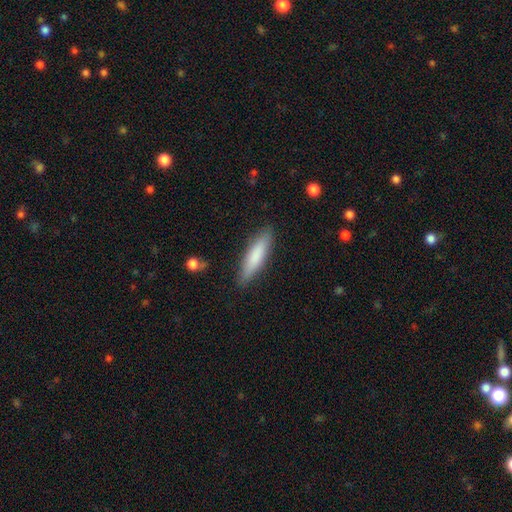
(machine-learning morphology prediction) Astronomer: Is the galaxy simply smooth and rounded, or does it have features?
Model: smooth — 79%.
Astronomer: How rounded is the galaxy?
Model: cigar-shaped — 75%.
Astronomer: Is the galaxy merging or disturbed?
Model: none — 87%.